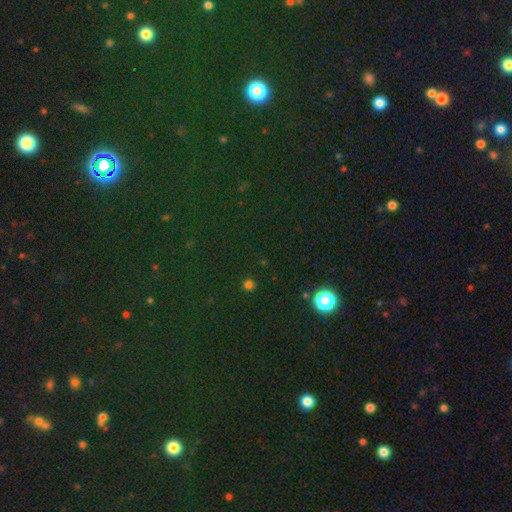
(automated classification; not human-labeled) Smooth or featured? star or artifact (76%)